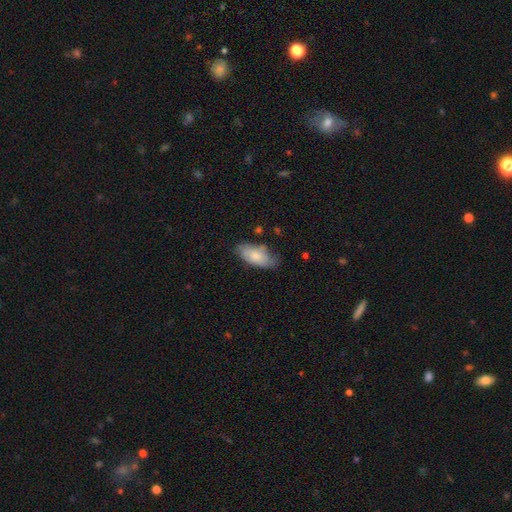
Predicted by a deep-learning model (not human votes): Smooth or featured? Predicted: smooth (p=0.73). How rounded? Predicted: in between (p=0.91). Merging? Predicted: none (p=0.59).